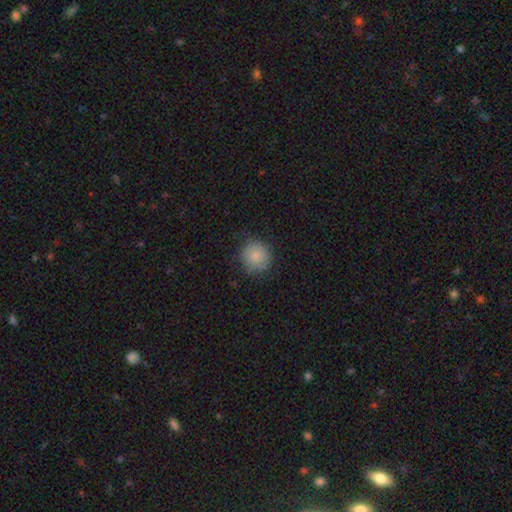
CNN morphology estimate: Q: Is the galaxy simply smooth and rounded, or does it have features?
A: smooth — 83%.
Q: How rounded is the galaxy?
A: round — 89%.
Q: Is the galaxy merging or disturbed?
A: none — 75%.